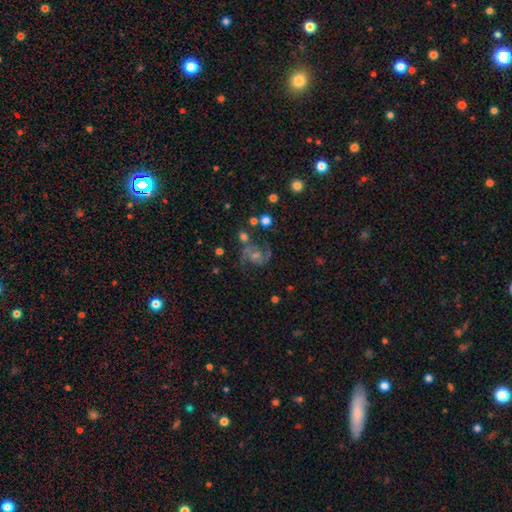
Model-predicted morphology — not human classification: This appears to be a featured or disk galaxy (79%) with no bar (61%), 2 (83%) medium (56%) spiral arms (96%) and a moderate central bulge (41%, tied with small). Merging: none (59%).